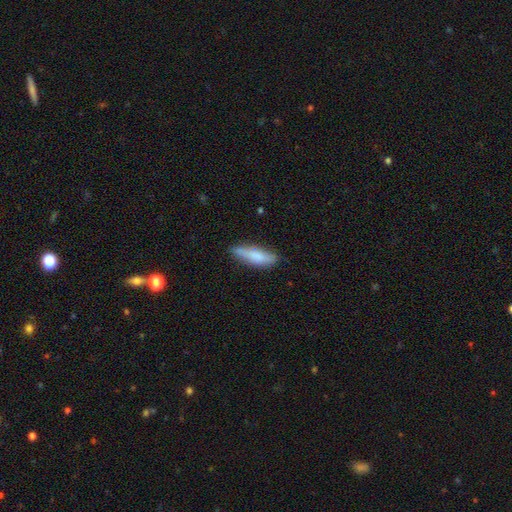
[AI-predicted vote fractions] smooth 76%, featured or disk 19%, star or artifact 6%. Down the decision tree: how rounded — cigar-shaped (69%); merging — none (75%).